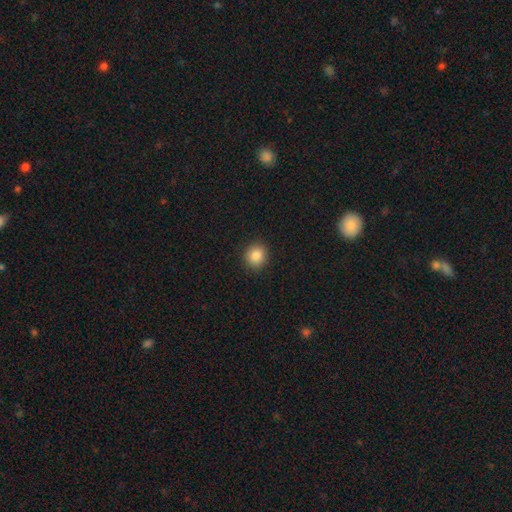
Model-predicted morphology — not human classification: The model was most divided on "smooth or featured": smooth: 86%, star or artifact: 10%, featured or disk: 4%. More confident: merging — none (91%); how rounded — round (88%).